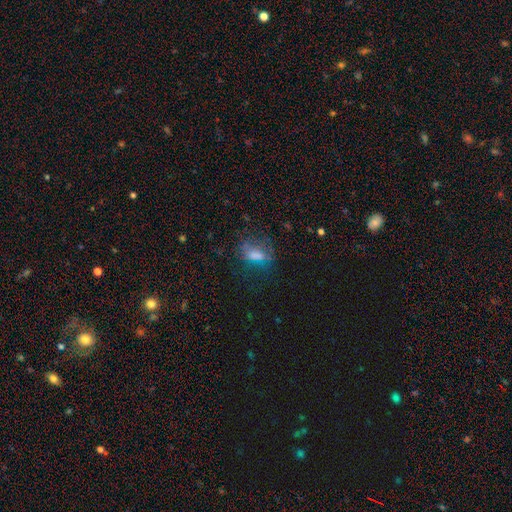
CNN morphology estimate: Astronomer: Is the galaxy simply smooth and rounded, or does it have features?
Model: smooth — 56%.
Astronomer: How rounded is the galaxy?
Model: in between — 74%.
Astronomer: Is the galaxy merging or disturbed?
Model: none — 48% (runner-up: major disturbance, 27%).